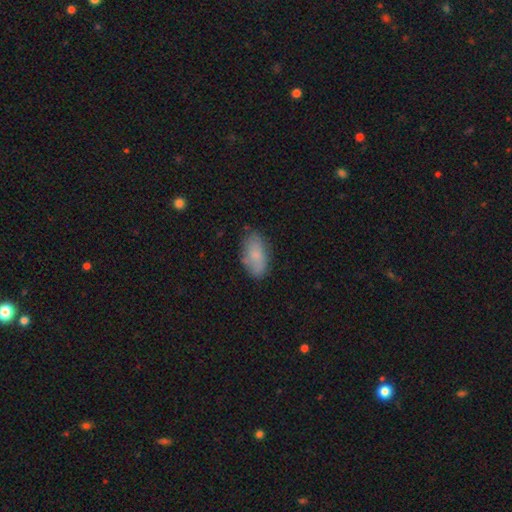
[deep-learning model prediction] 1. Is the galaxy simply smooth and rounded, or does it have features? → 79% smooth, 14% featured or disk, 7% star or artifact.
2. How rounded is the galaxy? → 92% in between, 5% cigar-shaped, 3% round.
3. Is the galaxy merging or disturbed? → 74% none, 19% minor disturbance, 4% major disturbance, 3% merger.